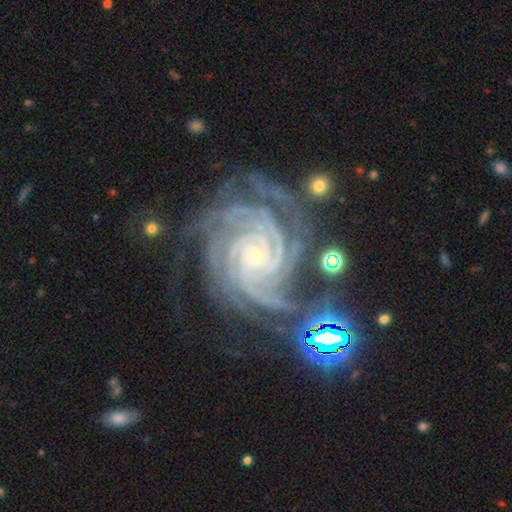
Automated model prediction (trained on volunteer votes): This appears to be a featured or disk galaxy (92%) with no bar (68%), 4 (34%) tight (82%) spiral arms (99%) and a small central bulge (86%). Merging: none (66%).